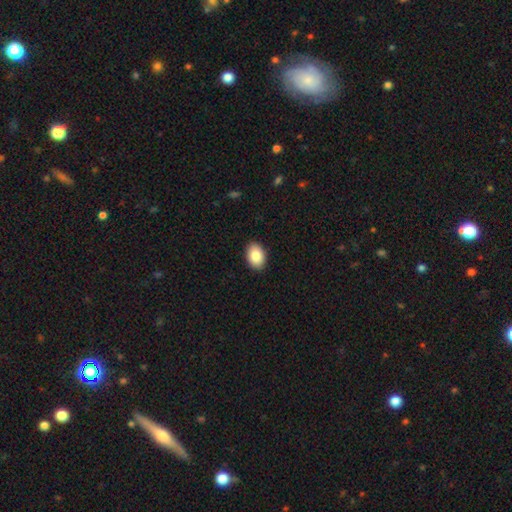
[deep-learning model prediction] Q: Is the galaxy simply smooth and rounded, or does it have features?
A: smooth — 87%.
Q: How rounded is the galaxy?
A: in between — 85%.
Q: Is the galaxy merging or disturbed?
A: none — 90%.